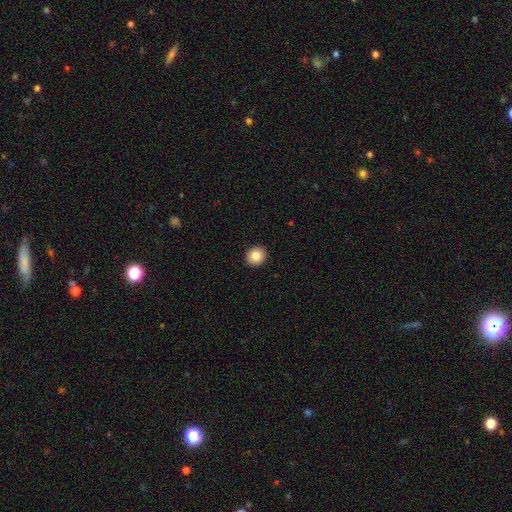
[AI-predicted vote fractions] smooth_or_featured: smooth (p=0.86) [alt: star or artifact p=0.09]
how_rounded: round (p=0.82) [alt: in between p=0.17]
merging: none (p=0.93) [alt: minor disturbance p=0.05]